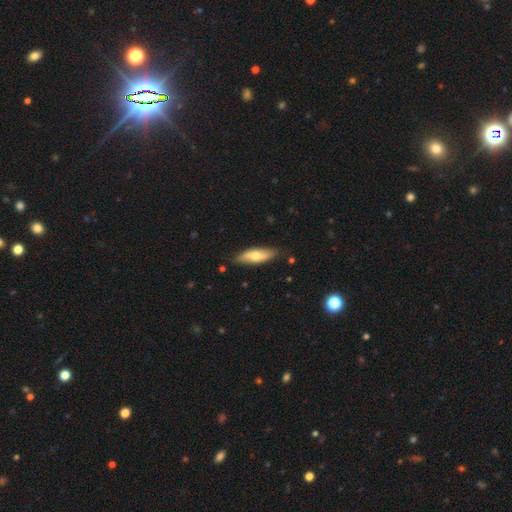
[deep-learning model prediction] Morphology: type=smooth (63%); roundness=in between (57%); merging=none (83%).